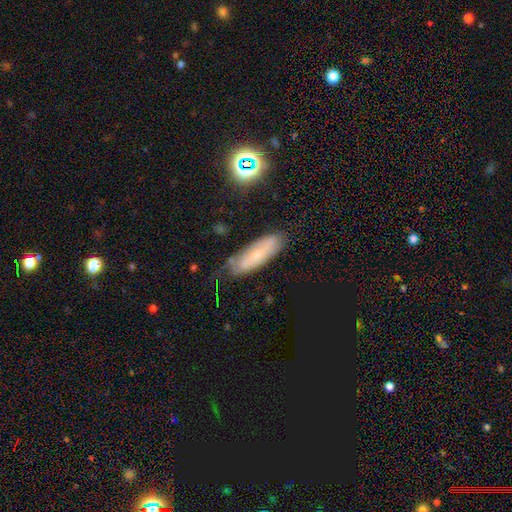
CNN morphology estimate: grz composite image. It shows a featured or disk galaxy (46%). Merging: none (62%).